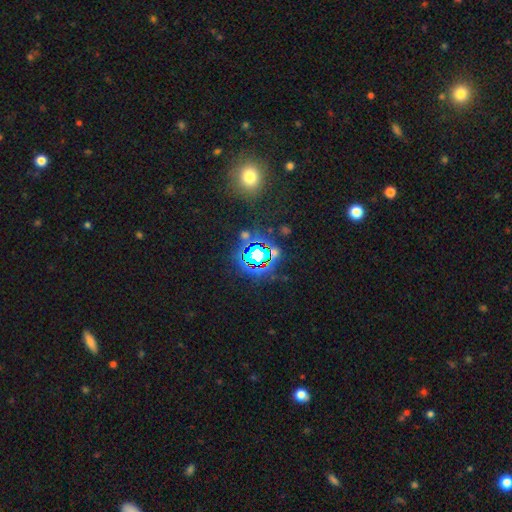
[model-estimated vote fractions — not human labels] Q: Smooth or featured?
A: star or artifact (73%); runner-up: smooth (16%)